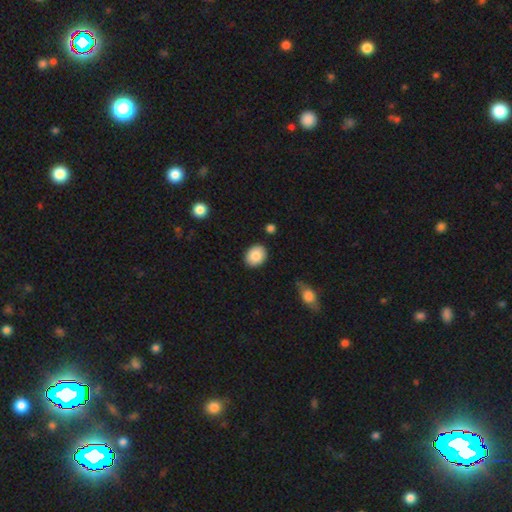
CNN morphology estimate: Smooth or featured? smooth (86%)
How rounded? in between (60%)
Merging? none (87%)